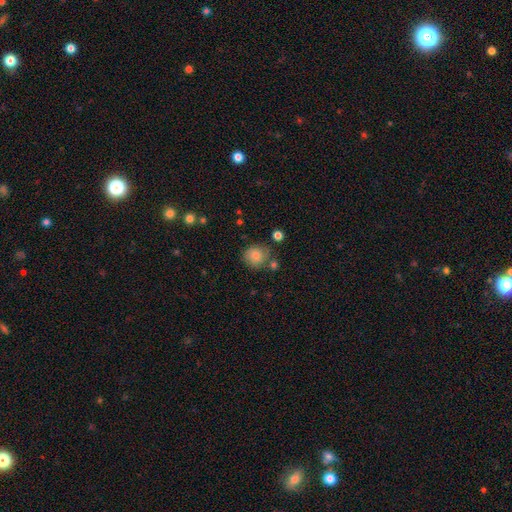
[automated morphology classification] type=smooth (81%); roundness=round (86%); merging=none (73%).